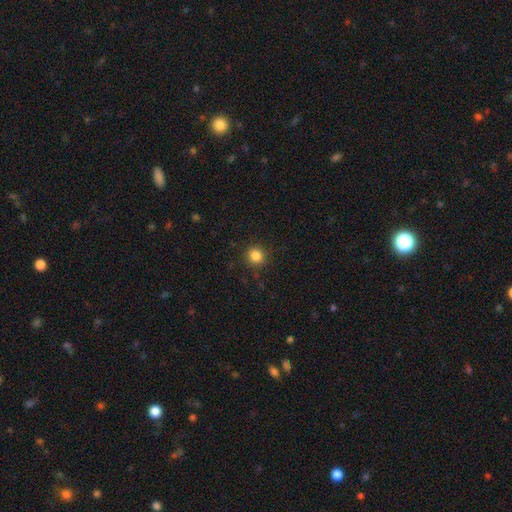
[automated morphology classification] A smooth galaxy with no disk features (84%) that is round (91%).

Vote fractions:
- Smooth or featured? smooth: 84% / star or artifact: 12% / featured or disk: 4%
- How rounded? round: 91% / in between: 8% / cigar-shaped: 1%
- Merging? none: 90% / minor disturbance: 7% / major disturbance: 2% / merger: 1%